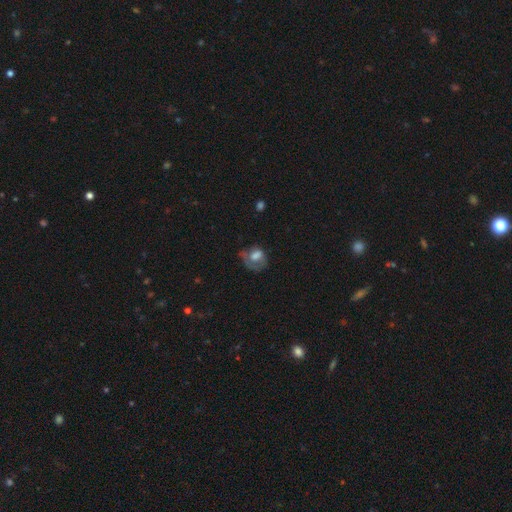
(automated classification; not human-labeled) A smooth galaxy with no disk features (57%) that is round (51%). Merging: major disturbance (37%).